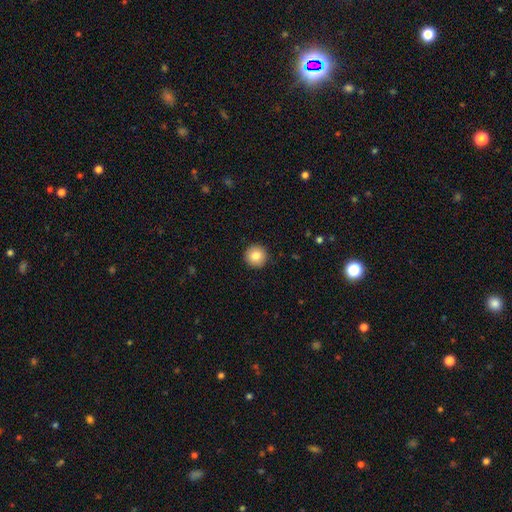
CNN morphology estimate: smooth 84%, star or artifact 9%, featured or disk 8%. Down the decision tree: how rounded — round (96%); merging — none (93%).